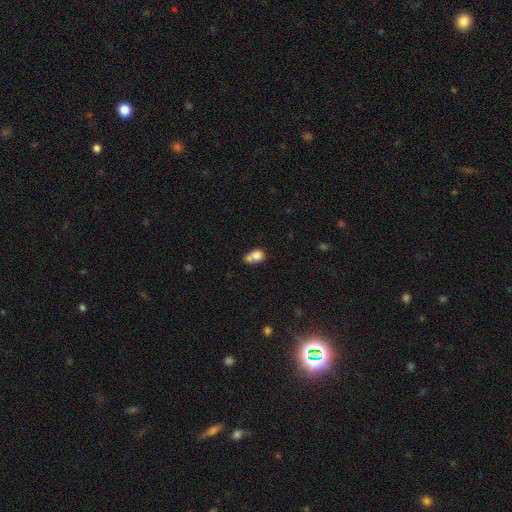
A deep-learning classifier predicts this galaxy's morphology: A smooth galaxy with no disk features (78%) that is round (59%). Merging: merger (50%).